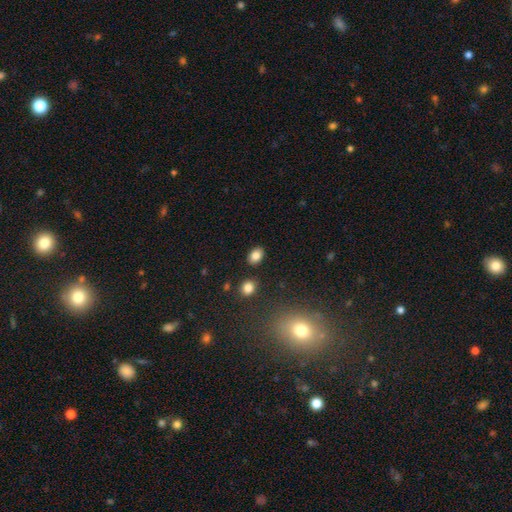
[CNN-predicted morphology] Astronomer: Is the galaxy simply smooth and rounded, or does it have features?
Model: smooth — 83%.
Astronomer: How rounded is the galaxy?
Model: in between — 78%.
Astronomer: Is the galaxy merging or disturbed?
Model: none — 85%.